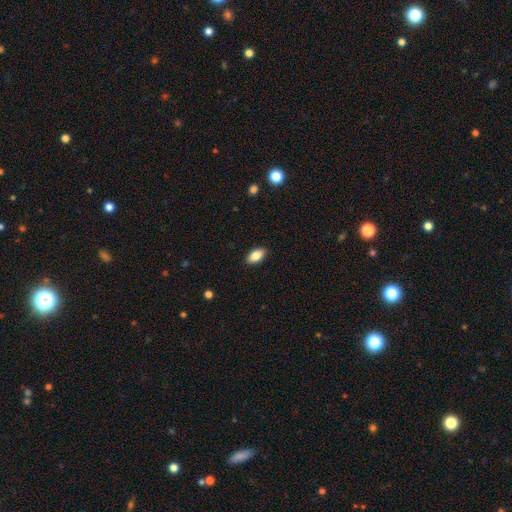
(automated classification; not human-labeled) Q: Smooth or featured?
A: smooth (86%); runner-up: star or artifact (7%)
Q: How rounded?
A: in between (92%); runner-up: cigar-shaped (4%)
Q: Merging?
A: none (89%); runner-up: minor disturbance (9%)